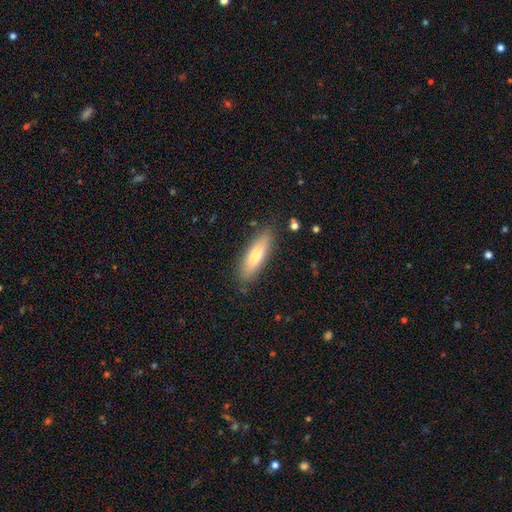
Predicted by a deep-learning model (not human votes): This is likely a smooth galaxy (70%). How rounded: possibly cigar-shaped (55%). Merging: clearly none (85%).